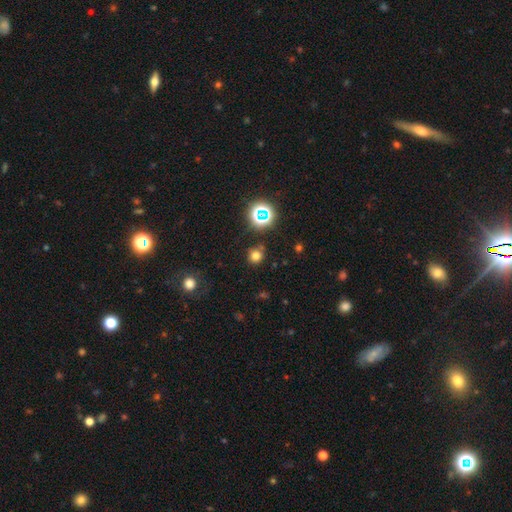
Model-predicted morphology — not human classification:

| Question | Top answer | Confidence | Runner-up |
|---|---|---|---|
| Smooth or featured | smooth | 71% | star or artifact (23%) |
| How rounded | round | 89% | in between (10%) |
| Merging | none | 81% | minor disturbance (11%) |